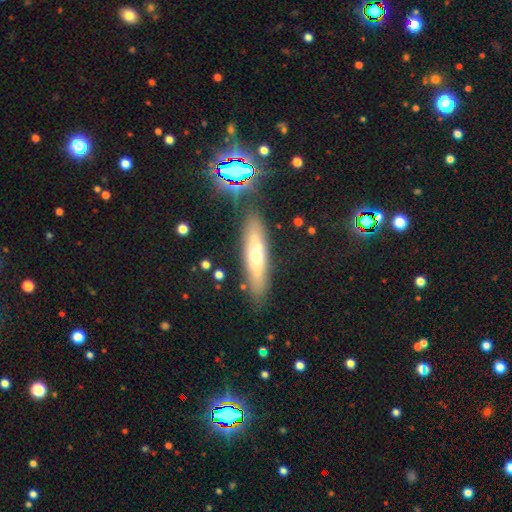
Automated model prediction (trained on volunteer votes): Smooth or featured? featured or disk (50%)
Edge-on disk? yes (67%)
Merging? none (82%)